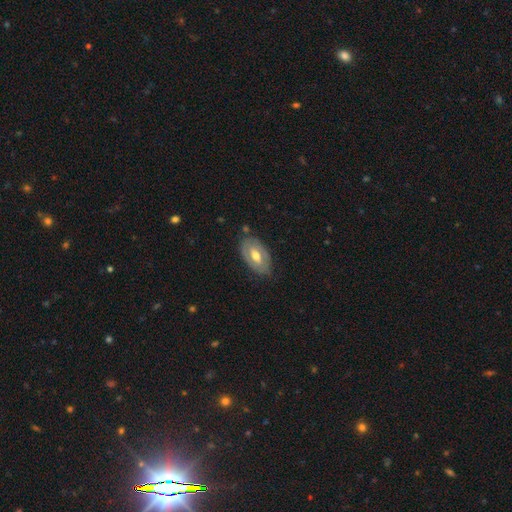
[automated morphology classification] smooth-or-featured: featured or disk: 55% | smooth: 40% | star or artifact: 6%
  disk-edge-on: no: 90% | yes: 10%
  merging: none: 76% | minor disturbance: 18% | major disturbance: 4% | merger: 2%